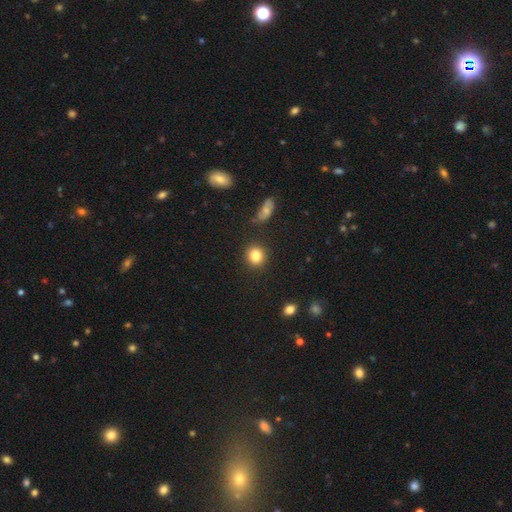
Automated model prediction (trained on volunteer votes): smooth-or-featured: smooth: 84% | star or artifact: 10% | featured or disk: 6%
  how-rounded: round: 83% | in between: 15% | cigar-shaped: 1%
  merging: none: 88% | minor disturbance: 7% | merger: 3% | major disturbance: 2%